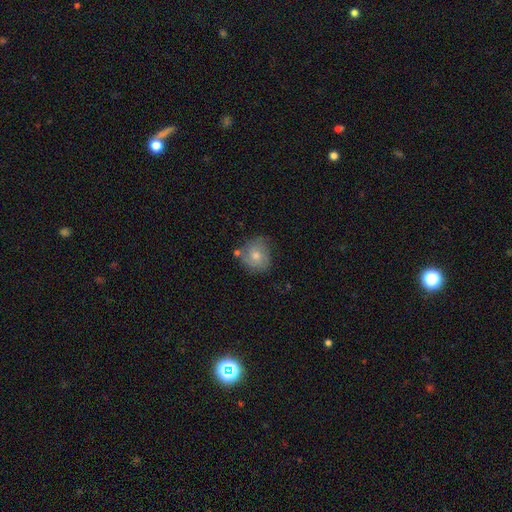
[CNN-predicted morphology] A smooth galaxy with no disk features (58%) that is round (78%).

Vote fractions:
- Smooth or featured? smooth: 58% / featured or disk: 31% / star or artifact: 11%
- How rounded? round: 78% / in between: 21% / cigar-shaped: 1%
- Merging? none: 66% / minor disturbance: 21% / merger: 7% / major disturbance: 6%